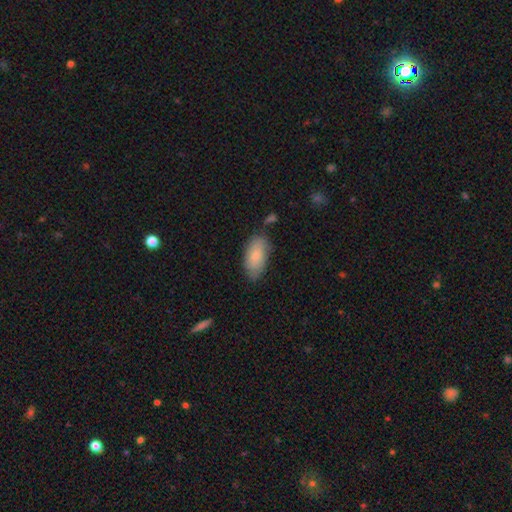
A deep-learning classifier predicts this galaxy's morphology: smooth 79%, featured or disk 15%, star or artifact 6%. Down the decision tree: how rounded — in between (93%); merging — none (71%).